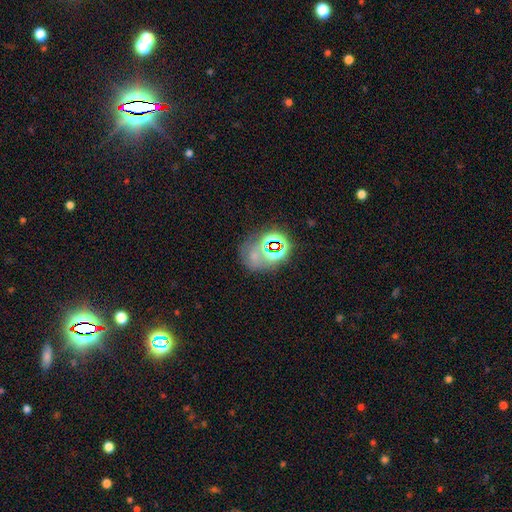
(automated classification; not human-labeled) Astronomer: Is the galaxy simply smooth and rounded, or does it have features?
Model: star or artifact — 47% (runner-up: smooth, 37%).